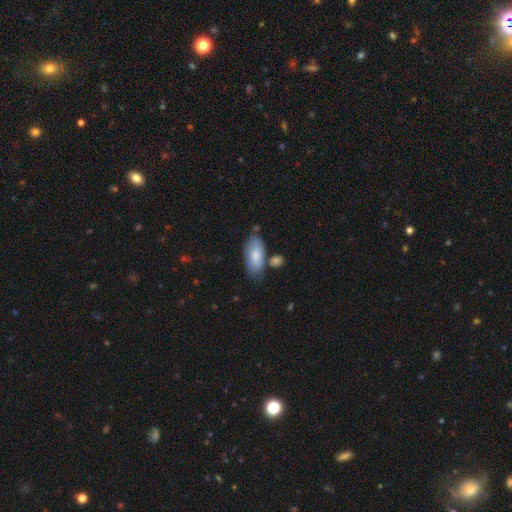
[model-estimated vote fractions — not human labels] smooth_or_featured: smooth (p=0.78) [alt: featured or disk p=0.17]
how_rounded: in between (p=0.89) [alt: cigar-shaped p=0.08]
merging: none (p=0.64) [alt: minor disturbance p=0.20]